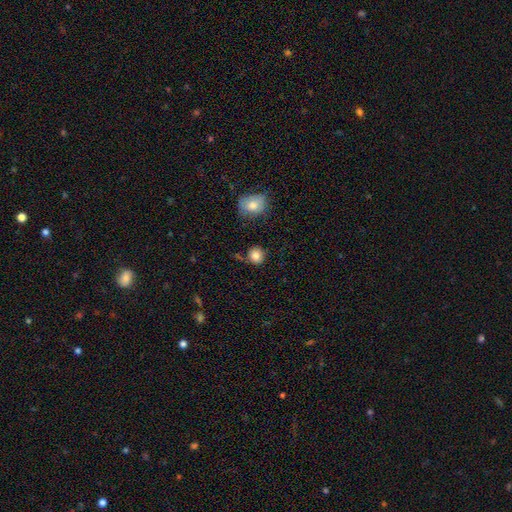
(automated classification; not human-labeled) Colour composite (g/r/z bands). It shows a smooth galaxy with no disk features (83%) that is round (89%). Merging: none (80%).